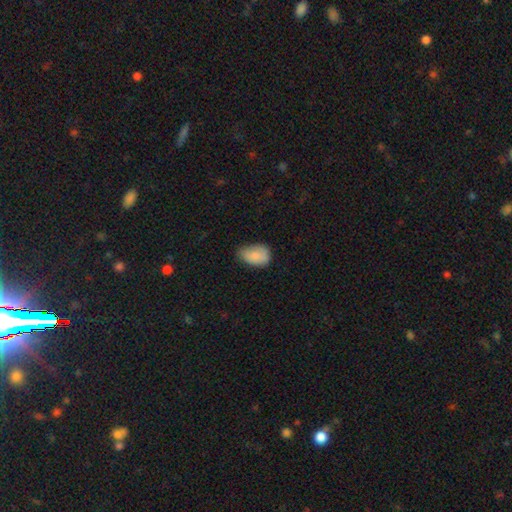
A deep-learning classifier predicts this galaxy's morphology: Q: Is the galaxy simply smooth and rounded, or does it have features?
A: smooth — 85%.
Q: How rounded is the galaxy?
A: in between — 88%.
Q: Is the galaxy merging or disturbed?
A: none — 50%.